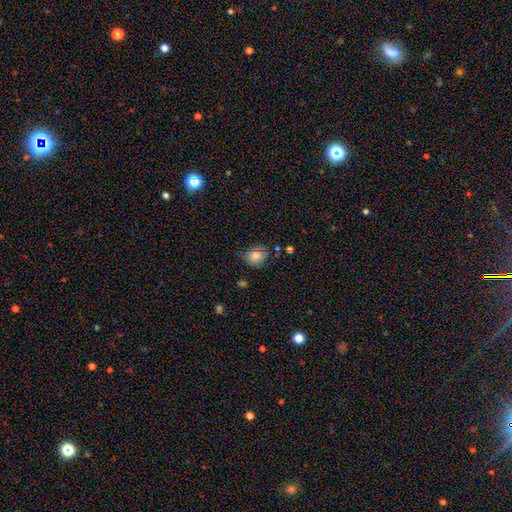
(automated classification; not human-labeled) This appears to be a smooth galaxy with no disk features (81%) that is in between round and cigar-shaped (52%). Merging: none (64%).